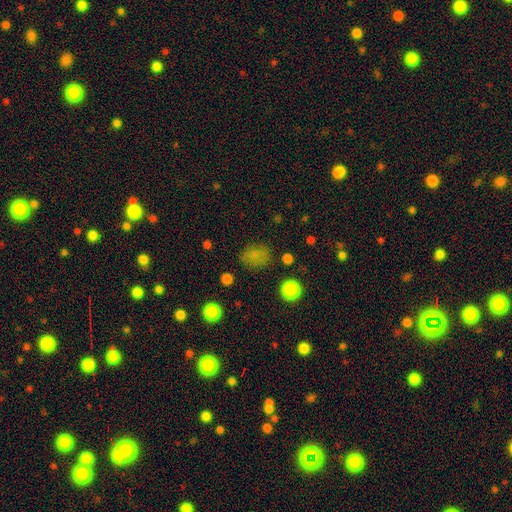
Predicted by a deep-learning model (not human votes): Smooth or featured: smooth — 76% (star or artifact — 18%)
How rounded: in between — 58% (round — 41%)
Merging: none — 77% (minor disturbance — 15%)